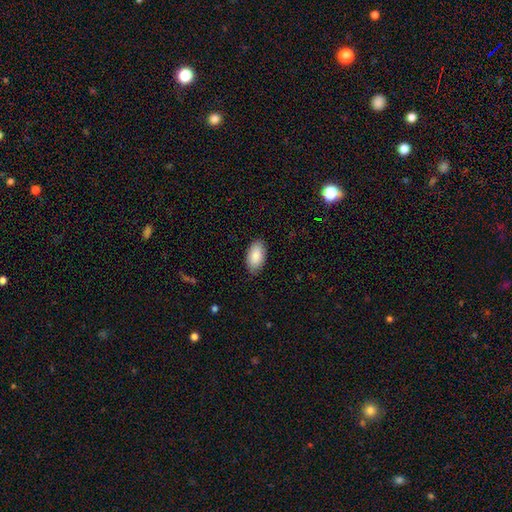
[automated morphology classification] type=smooth (87%); roundness=in between (95%); merging=none (85%).